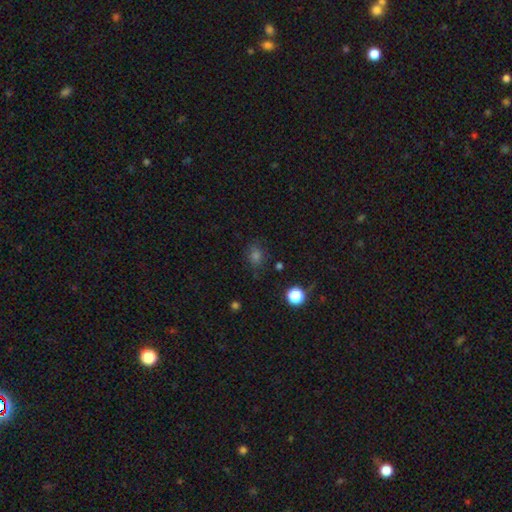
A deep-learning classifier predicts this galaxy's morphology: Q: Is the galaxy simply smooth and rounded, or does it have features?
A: smooth — 66%.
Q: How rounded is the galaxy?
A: round — 55%.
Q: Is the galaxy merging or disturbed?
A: none — 78%.